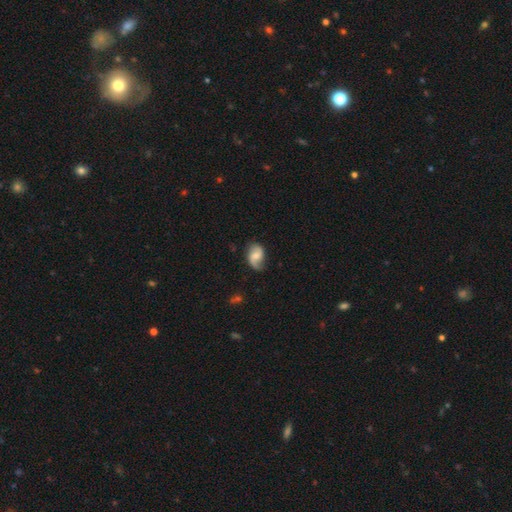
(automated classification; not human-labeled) This is likely a featured or disk galaxy (62%). It is clearly not viewed edge-on (97%). Bar: possibly no (48%). Spiral arm pattern: clearly yes (93%). Spiral arm count: likely 2 (79%). Spiral winding: possibly loose (53%). Central bulge: marginally moderate (42%). Merging: likely none (67%).